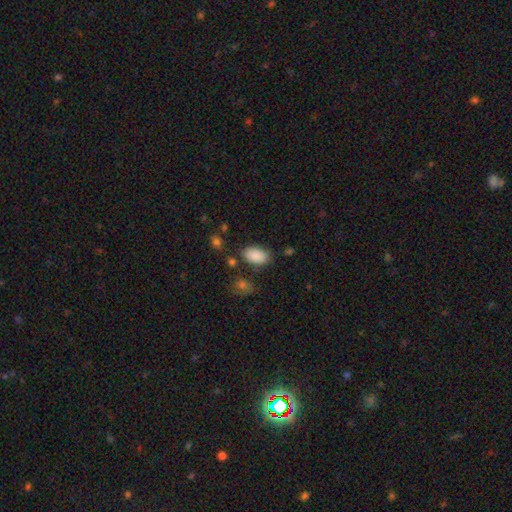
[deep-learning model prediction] A smooth galaxy with no disk features (88%) that is in between round and cigar-shaped (94%). Merging: none (79%).